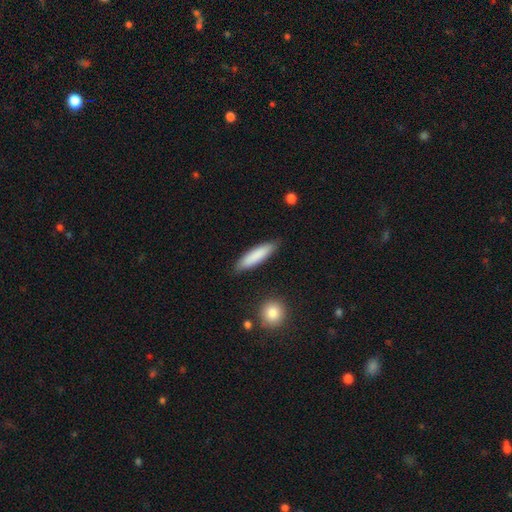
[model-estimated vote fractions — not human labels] smooth_or_featured: smooth (p=0.84) [alt: featured or disk p=0.11]
how_rounded: cigar-shaped (p=0.71) [alt: in between p=0.27]
merging: none (p=0.86) [alt: minor disturbance p=0.10]